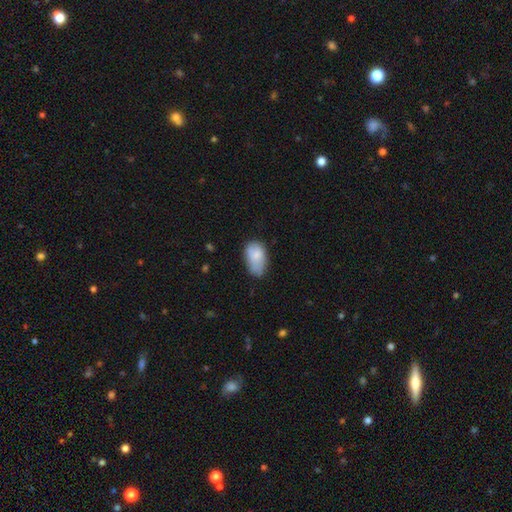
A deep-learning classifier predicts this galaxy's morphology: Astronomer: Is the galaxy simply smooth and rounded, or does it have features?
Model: smooth — 79%.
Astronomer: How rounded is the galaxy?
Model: in between — 91%.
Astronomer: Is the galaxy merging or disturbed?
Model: none — 46% (runner-up: minor disturbance, 39%).